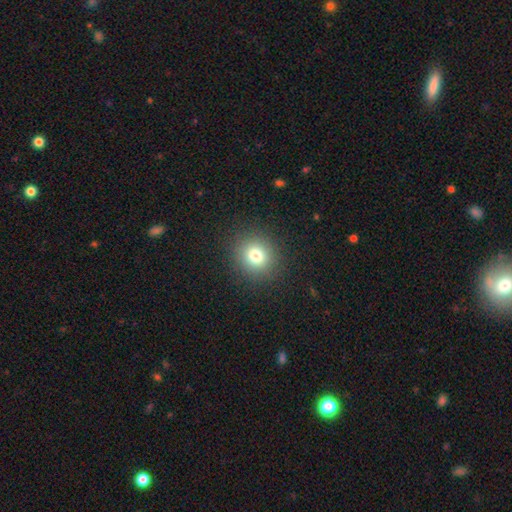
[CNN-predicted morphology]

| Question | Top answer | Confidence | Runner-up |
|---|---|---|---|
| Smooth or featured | smooth | 79% | star or artifact (13%) |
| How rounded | round | 86% | in between (13%) |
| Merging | none | 90% | minor disturbance (6%) |